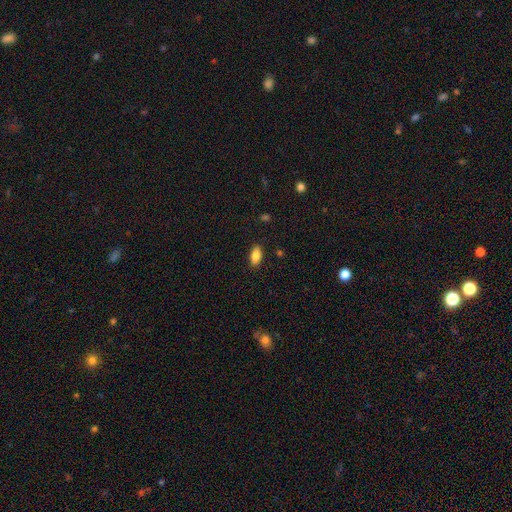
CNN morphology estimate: Smooth or featured? smooth (85%)
How rounded? in between (89%)
Merging? none (88%)